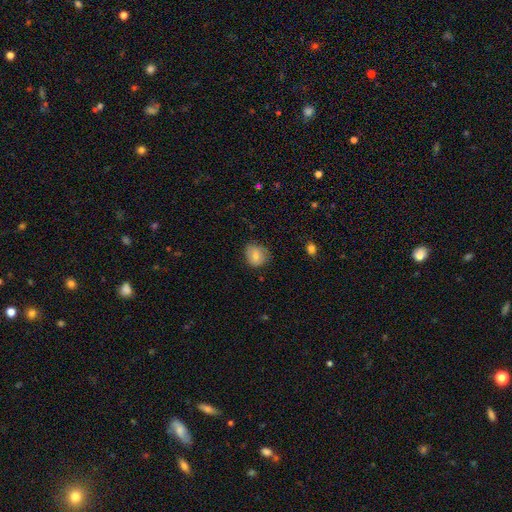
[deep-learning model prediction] This appears to be a smooth galaxy with no disk features (74%) that is round (75%). Merging: none (66%).